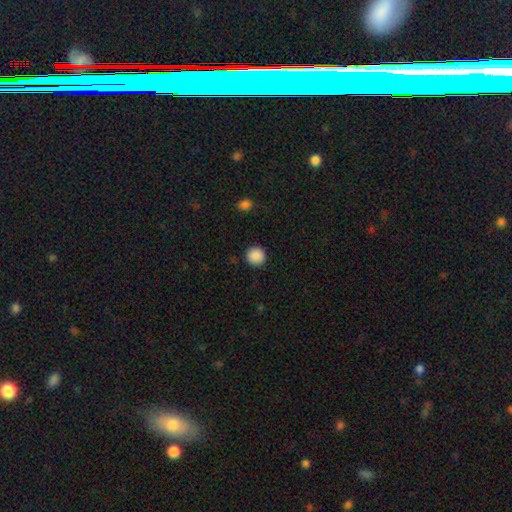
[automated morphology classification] smooth-or-featured: smooth: 89% | star or artifact: 8% | featured or disk: 2%
  how-rounded: round: 94% | in between: 5% | cigar-shaped: 1%
  merging: none: 92% | minor disturbance: 5% | major disturbance: 2% | merger: 1%